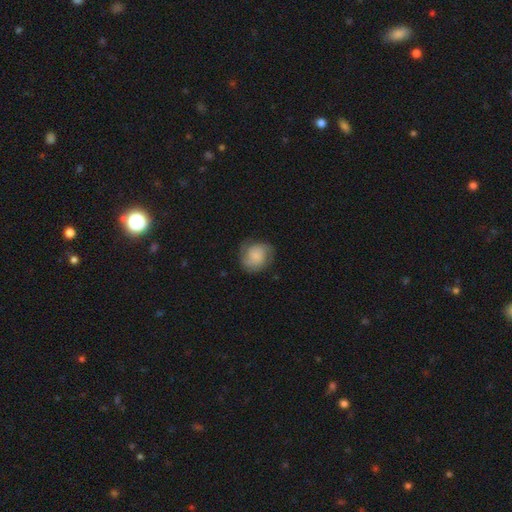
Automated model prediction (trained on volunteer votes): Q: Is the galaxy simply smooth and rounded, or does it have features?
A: featured or disk — 47%.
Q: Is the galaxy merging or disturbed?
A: none — 73%.